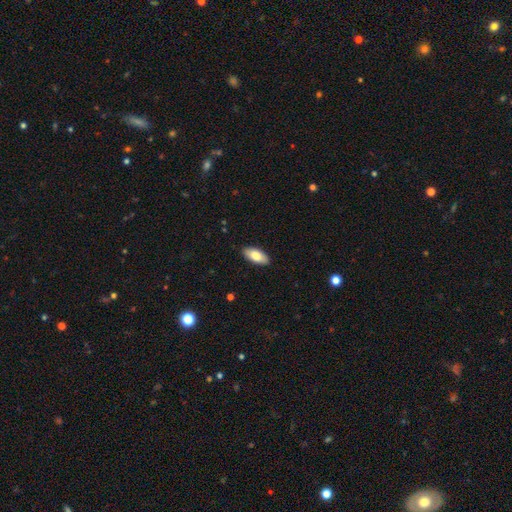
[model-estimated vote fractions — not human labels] Q: Smooth or featured?
A: smooth (81%); runner-up: featured or disk (13%)
Q: How rounded?
A: in between (90%); runner-up: cigar-shaped (8%)
Q: Merging?
A: none (89%); runner-up: minor disturbance (9%)